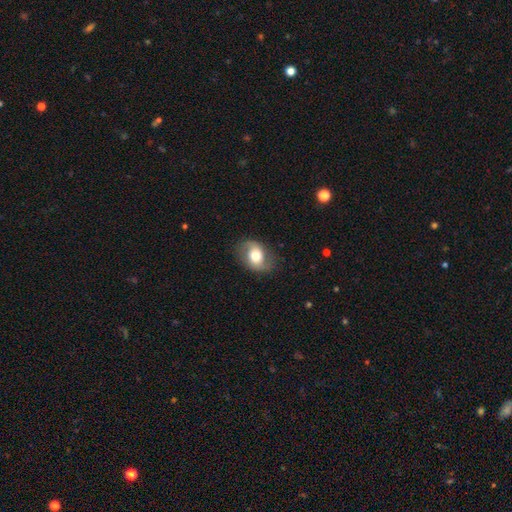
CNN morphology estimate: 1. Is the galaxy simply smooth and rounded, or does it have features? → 50% featured or disk, 43% smooth, 8% star or artifact.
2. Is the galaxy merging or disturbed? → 76% none, 17% minor disturbance, 6% major disturbance, 1% merger.